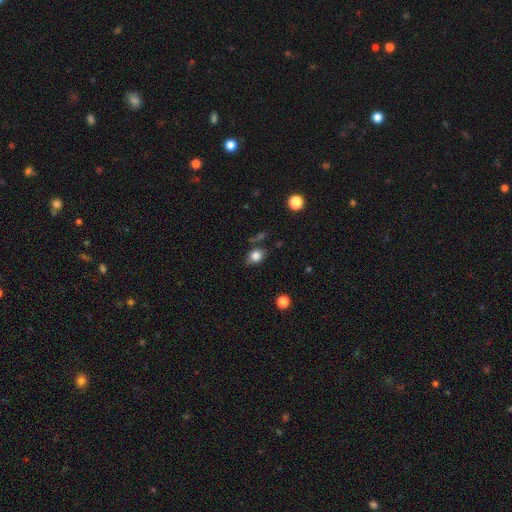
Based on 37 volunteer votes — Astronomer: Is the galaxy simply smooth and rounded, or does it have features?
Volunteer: smooth — 92%.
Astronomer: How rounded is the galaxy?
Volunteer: round — 56% (runner-up: in between, 41%).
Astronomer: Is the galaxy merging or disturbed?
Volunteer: none — 89%.